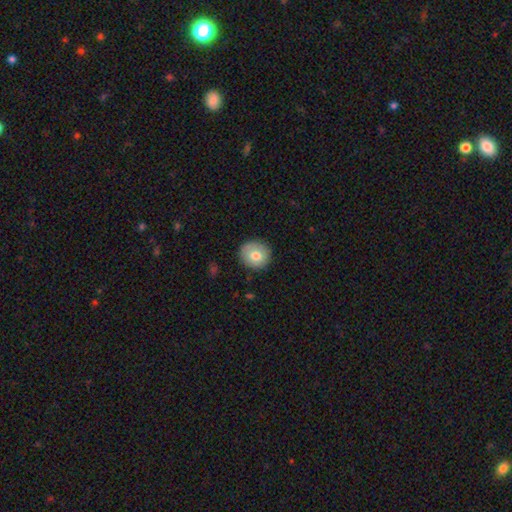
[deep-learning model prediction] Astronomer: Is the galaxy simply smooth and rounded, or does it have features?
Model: smooth — 76%.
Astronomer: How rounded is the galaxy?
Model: round — 87%.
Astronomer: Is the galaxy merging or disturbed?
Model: none — 85%.